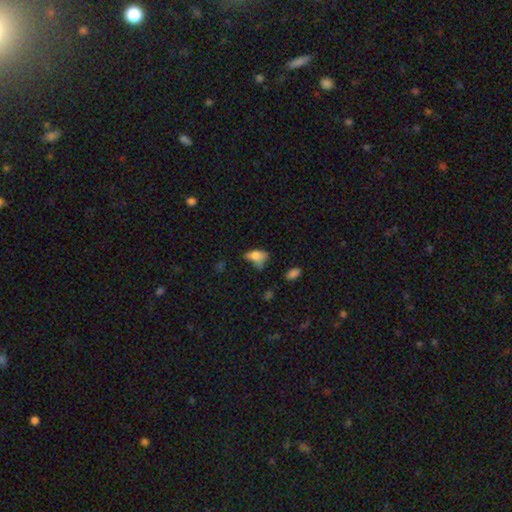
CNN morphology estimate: This is likely a smooth galaxy (73%). How rounded: clearly in between (85%). Merging: marginally minor disturbance (35%).